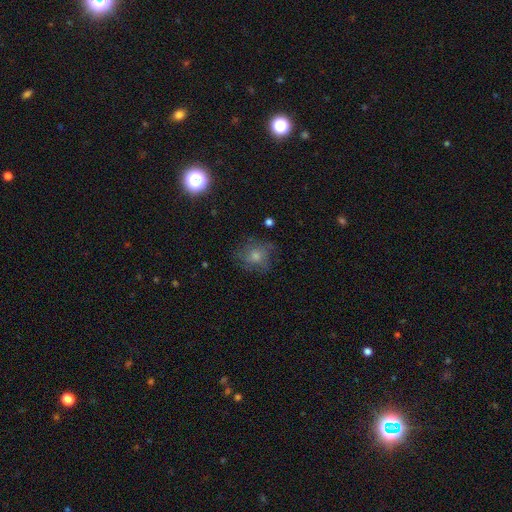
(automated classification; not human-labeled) smooth_or_featured: smooth (p=0.42) [alt: featured or disk p=0.33]
merging: none (p=0.71) [alt: minor disturbance p=0.18]